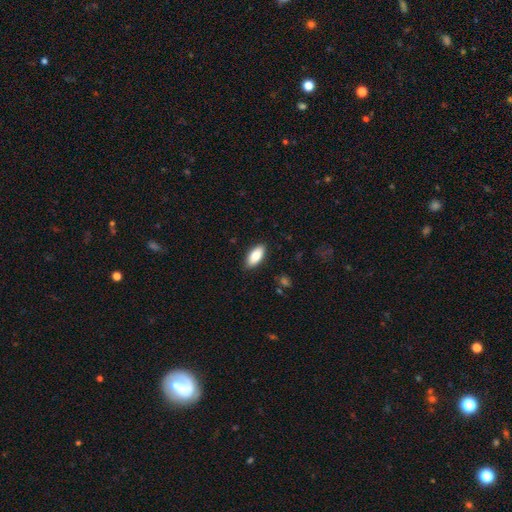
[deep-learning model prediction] Smooth or featured?
  - smooth: 84% *
  - featured or disk: 10%
  - star or artifact: 6%
How rounded?
  - in between: 87% *
  - cigar-shaped: 11%
  - round: 2%
Merging?
  - none: 88% *
  - minor disturbance: 9%
  - major disturbance: 2%
  - merger: 1%